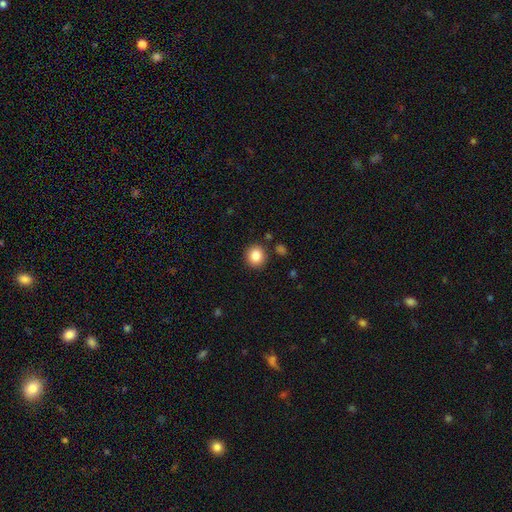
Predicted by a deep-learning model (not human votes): Morphology: type=smooth (86%); roundness=round (87%); merging=none (89%).